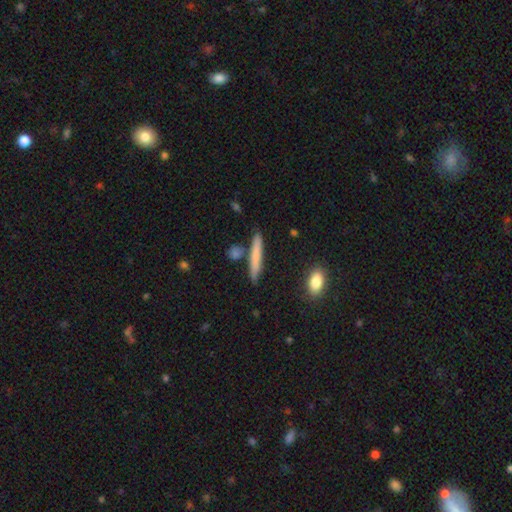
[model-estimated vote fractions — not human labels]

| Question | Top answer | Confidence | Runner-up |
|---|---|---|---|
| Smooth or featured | smooth | 68% | featured or disk (25%) |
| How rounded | cigar-shaped | 92% | in between (5%) |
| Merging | none | 82% | minor disturbance (10%) |